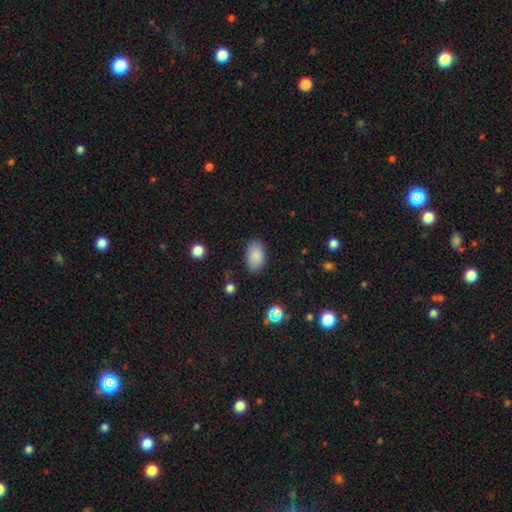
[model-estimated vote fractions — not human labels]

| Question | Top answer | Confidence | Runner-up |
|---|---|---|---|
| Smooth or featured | smooth | 86% | star or artifact (9%) |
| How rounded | in between | 91% | round (7%) |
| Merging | none | 83% | minor disturbance (12%) |